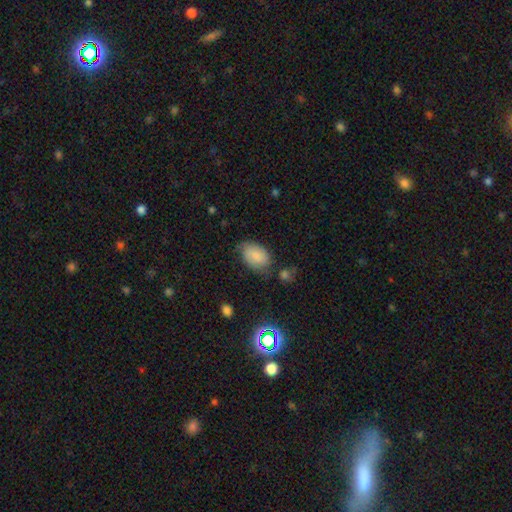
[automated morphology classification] smooth-or-featured: smooth: 80% | featured or disk: 12% | star or artifact: 8%
  how-rounded: in between: 88% | round: 11% | cigar-shaped: 1%
  merging: none: 56% | minor disturbance: 30% | major disturbance: 9% | merger: 5%